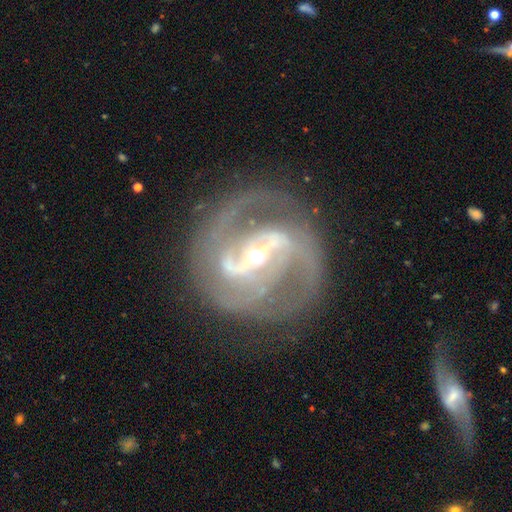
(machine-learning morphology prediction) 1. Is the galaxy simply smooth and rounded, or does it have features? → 91% featured or disk, 5% star or artifact, 4% smooth.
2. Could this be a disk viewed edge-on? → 96% no, 4% yes.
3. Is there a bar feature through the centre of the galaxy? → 64% strong, 27% weak, 9% no.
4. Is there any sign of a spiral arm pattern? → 97% yes, 3% no.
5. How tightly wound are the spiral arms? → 53% medium, 35% tight, 13% loose.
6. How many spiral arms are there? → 73% 2, 12% 3, 7% can't tell, 3% 4, 3% 1, 2% more than 4.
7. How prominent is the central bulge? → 54% small, 42% moderate, 2% large, 1% none, 1% dominant.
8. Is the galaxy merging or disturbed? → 75% none, 15% minor disturbance, 9% major disturbance, 2% merger.